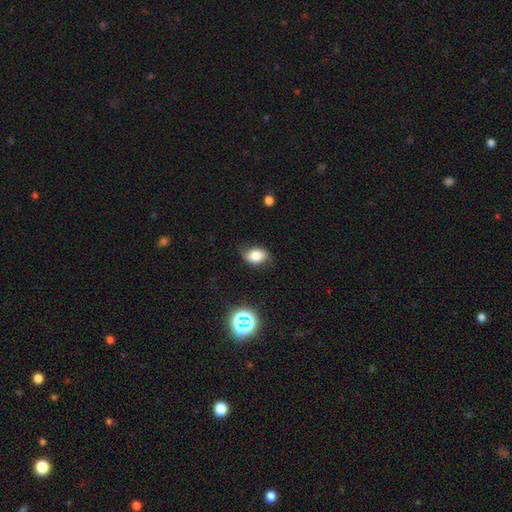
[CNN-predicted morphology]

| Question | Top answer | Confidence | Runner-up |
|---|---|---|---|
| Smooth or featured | smooth | 72% | featured or disk (16%) |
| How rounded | in between | 79% | round (20%) |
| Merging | none | 67% | minor disturbance (25%) |